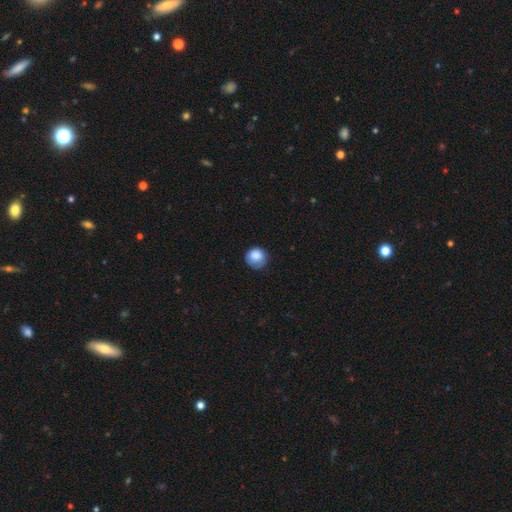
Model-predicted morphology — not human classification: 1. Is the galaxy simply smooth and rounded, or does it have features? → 82% smooth, 10% featured or disk, 8% star or artifact.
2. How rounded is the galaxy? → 87% round, 12% in between, 1% cigar-shaped.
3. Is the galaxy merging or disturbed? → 63% none, 27% minor disturbance, 9% major disturbance, 1% merger.